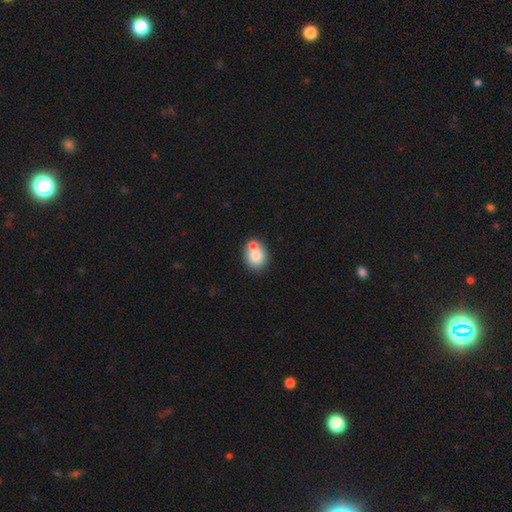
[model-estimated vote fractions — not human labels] Smooth or featured: smooth — 78% (featured or disk — 14%)
How rounded: round — 64% (in between — 35%)
Merging: none — 49% (merger — 36%)